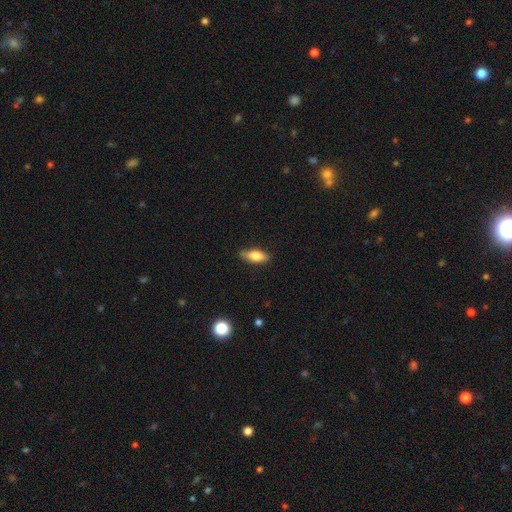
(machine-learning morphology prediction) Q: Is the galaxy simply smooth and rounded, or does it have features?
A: smooth — 71%.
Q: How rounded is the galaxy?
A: in between — 69%.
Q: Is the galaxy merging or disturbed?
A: none — 83%.